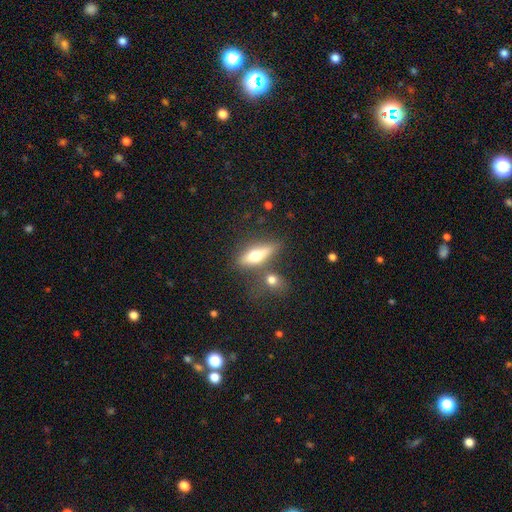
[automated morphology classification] Smooth or featured? smooth (50%)
Merging? none (64%)